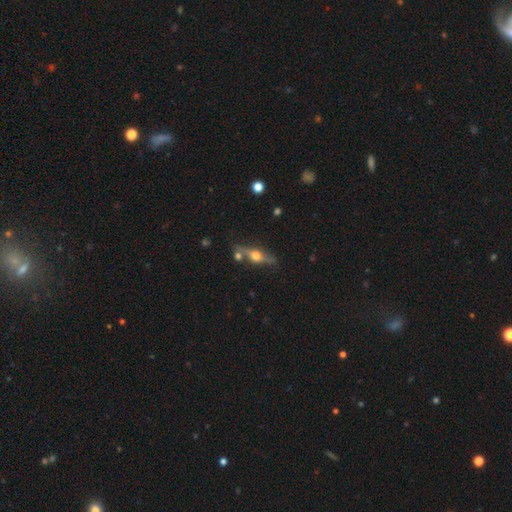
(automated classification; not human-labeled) Q: Smooth or featured?
A: featured or disk (66%); runner-up: smooth (26%)
Q: Edge-on disk?
A: yes (91%); runner-up: no (9%)
Q: Edge-on bulge?
A: rounded (95%); runner-up: boxy (3%)
Q: Merging?
A: none (74%); runner-up: minor disturbance (12%)